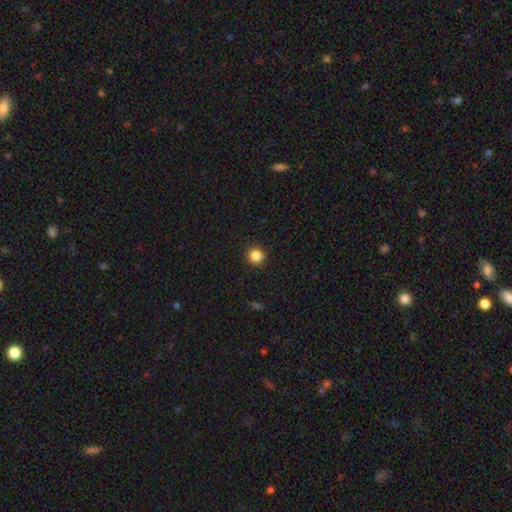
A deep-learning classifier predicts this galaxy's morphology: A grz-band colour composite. It shows a smooth galaxy with no disk features (85%) that is round (95%). Merging: none (93%).